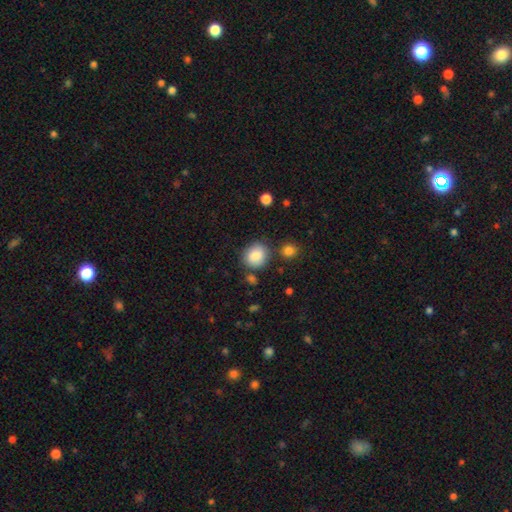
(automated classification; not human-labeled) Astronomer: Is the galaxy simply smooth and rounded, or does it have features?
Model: smooth — 86%.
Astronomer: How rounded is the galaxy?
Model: round — 72%.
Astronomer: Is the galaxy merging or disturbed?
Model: none — 75%.